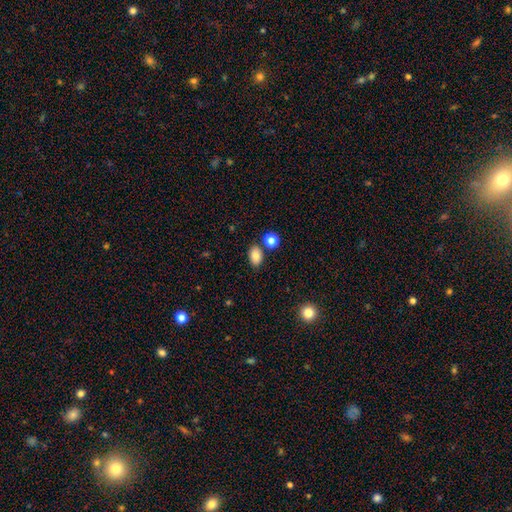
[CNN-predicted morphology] A smooth galaxy with no disk features (84%) that is in between round and cigar-shaped (84%). Merging: none (79%).